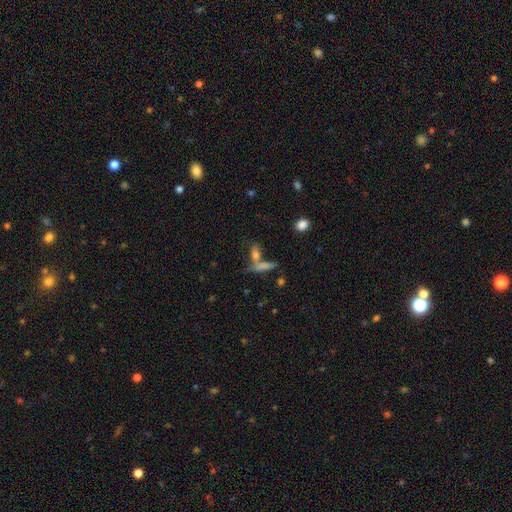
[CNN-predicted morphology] Smooth or featured? Predicted: smooth (p=0.55). How rounded? Predicted: cigar-shaped (p=0.56). Merging? Predicted: none (p=0.50).